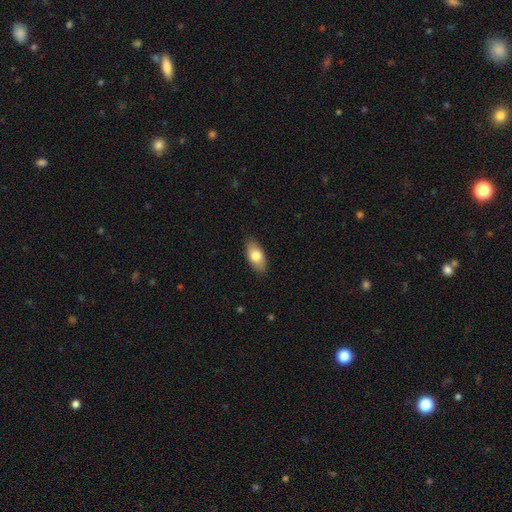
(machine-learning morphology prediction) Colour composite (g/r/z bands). It shows a smooth galaxy with no disk features (78%) that is in between round and cigar-shaped (89%). Merging: none (87%).